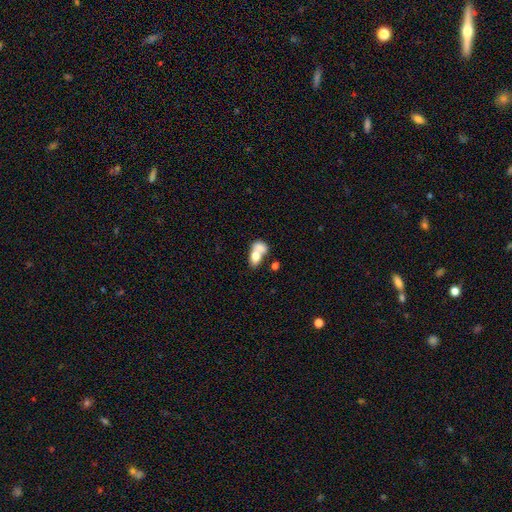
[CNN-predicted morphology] Smooth or featured: smooth — 71% (featured or disk — 21%)
How rounded: in between — 81% (round — 16%)
Merging: merger — 71% (none — 16%)